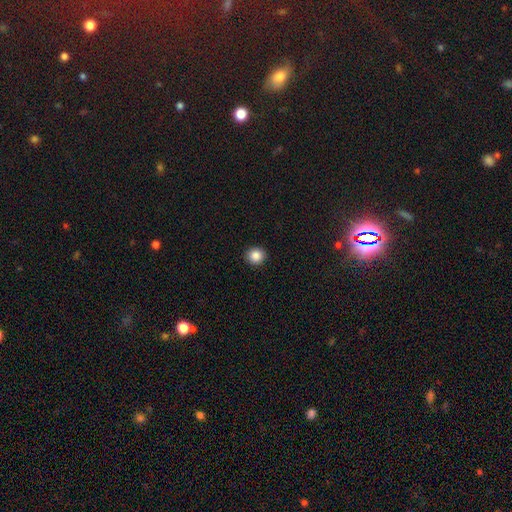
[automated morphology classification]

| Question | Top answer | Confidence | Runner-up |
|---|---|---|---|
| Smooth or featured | smooth | 87% | star or artifact (10%) |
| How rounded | round | 88% | in between (11%) |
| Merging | none | 92% | minor disturbance (5%) |